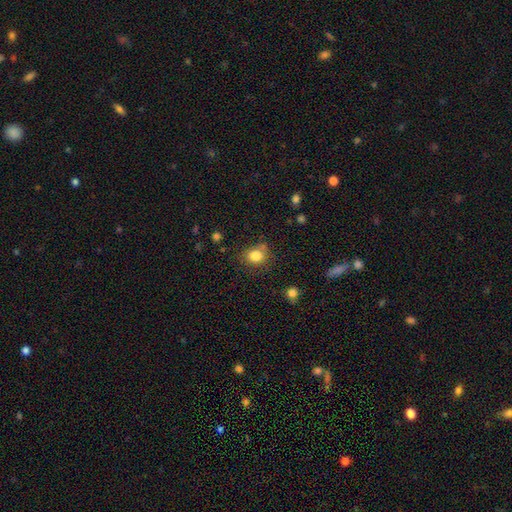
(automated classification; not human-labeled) Q: Smooth or featured?
A: smooth (82%); runner-up: star or artifact (11%)
Q: How rounded?
A: round (64%); runner-up: in between (35%)
Q: Merging?
A: none (71%); runner-up: minor disturbance (19%)